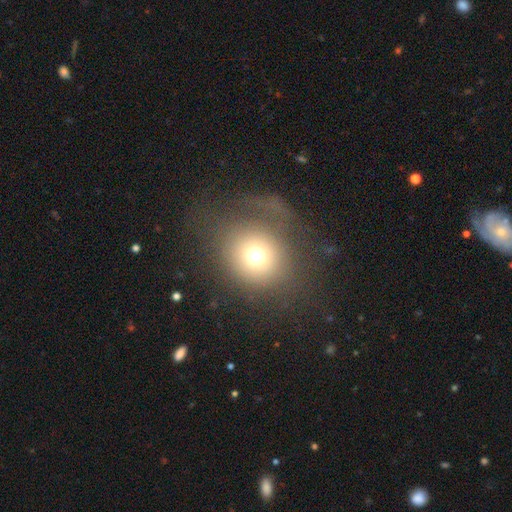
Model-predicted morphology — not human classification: This appears to be a smooth galaxy with no disk features (69%) that is round (85%). Merging: none (59%).